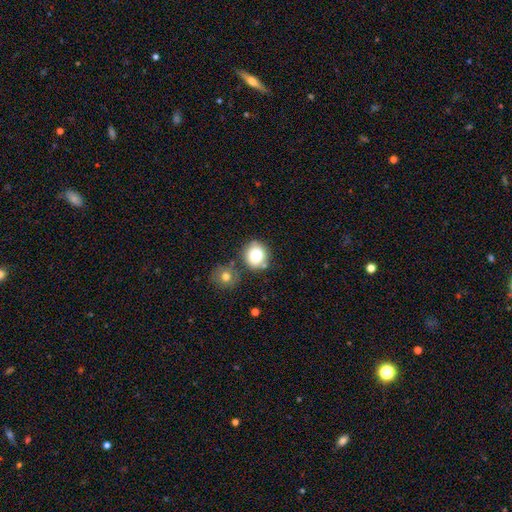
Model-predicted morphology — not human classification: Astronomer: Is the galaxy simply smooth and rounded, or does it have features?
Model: smooth — 77%.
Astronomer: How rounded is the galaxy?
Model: round — 83%.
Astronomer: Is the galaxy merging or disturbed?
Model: none — 71%.